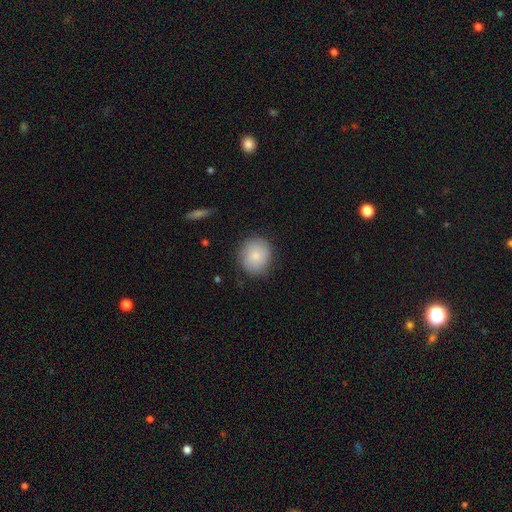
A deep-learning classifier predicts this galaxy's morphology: Overall: smooth (79%). How rounded: round (75%). Merging: none (79%).